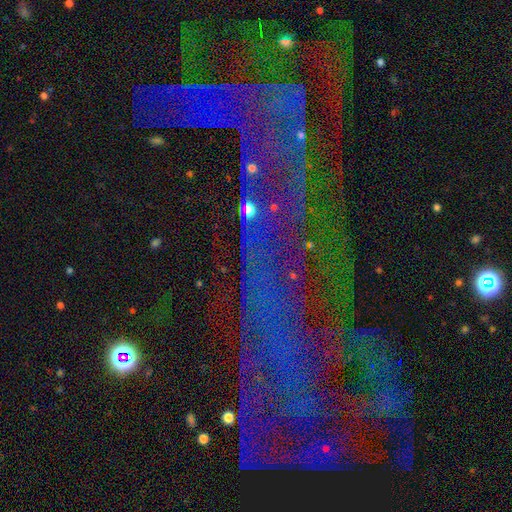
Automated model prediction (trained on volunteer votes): Morphology: type=star or artifact (77%).